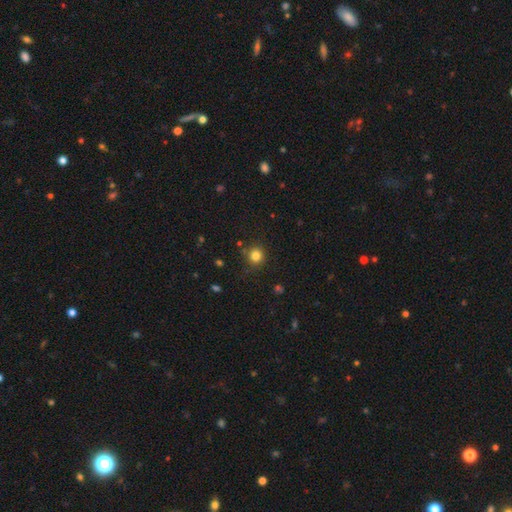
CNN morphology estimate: Overall: smooth (81%). How rounded: round (92%). Merging: none (84%).